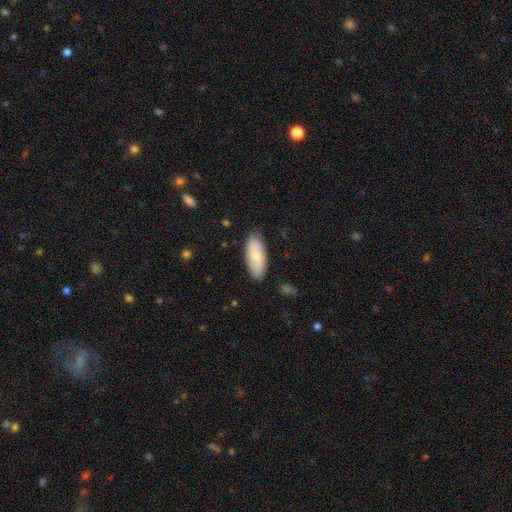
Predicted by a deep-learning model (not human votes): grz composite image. It shows a smooth galaxy with no disk features (70%) that is in between round and cigar-shaped (85%). Merging: none (83%).